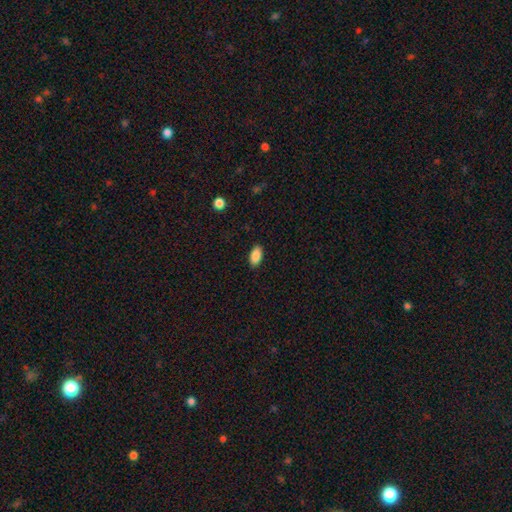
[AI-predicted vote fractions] Smooth or featured? Predicted: smooth (p=0.88). How rounded? Predicted: in between (p=0.92). Merging? Predicted: none (p=0.89).